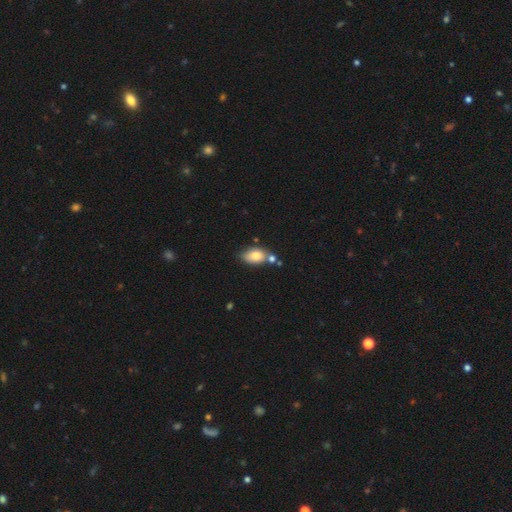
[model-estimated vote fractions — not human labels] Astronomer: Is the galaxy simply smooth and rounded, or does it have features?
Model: smooth — 78%.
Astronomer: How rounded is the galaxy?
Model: in between — 88%.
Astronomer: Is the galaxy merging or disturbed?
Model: none — 58%.